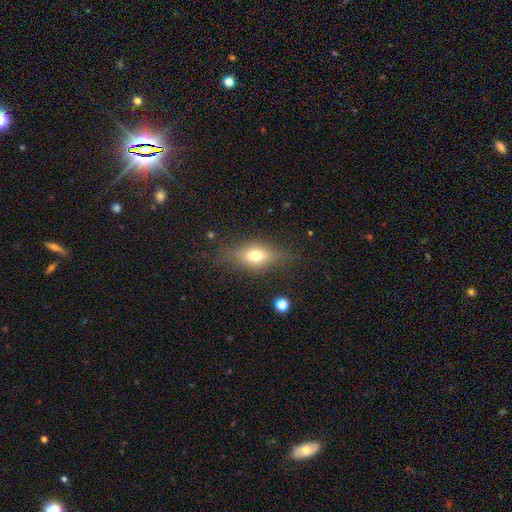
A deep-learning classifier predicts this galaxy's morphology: A smooth galaxy with no disk features (62%) that is in between round and cigar-shaped (71%). Merging: none (76%).